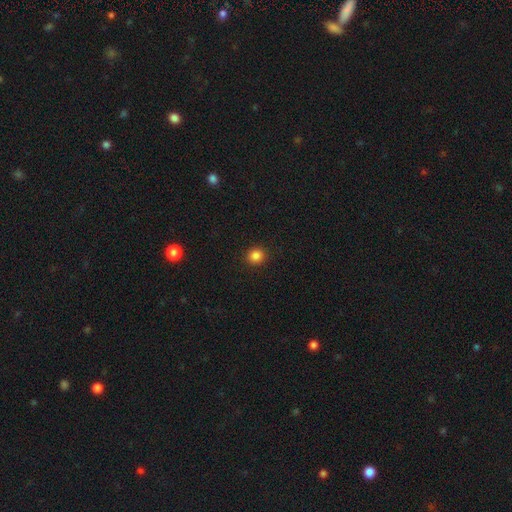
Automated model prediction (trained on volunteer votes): Morphology: type=smooth (85%); roundness=round (88%); merging=none (92%).